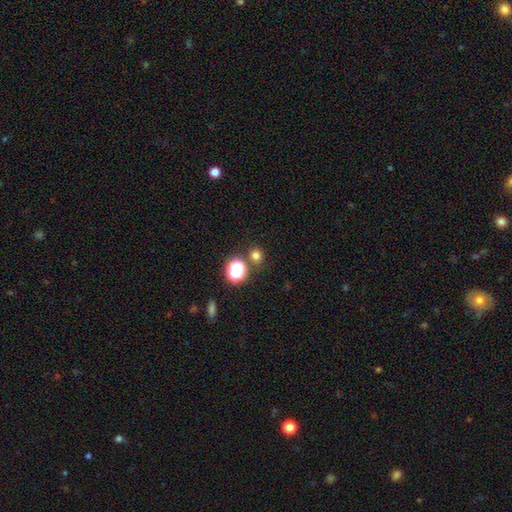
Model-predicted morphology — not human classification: A smooth galaxy with no disk features (72%) that is round (85%).

Vote fractions:
- Smooth or featured? smooth: 72% / star or artifact: 22% / featured or disk: 6%
- How rounded? round: 85% / in between: 14% / cigar-shaped: 1%
- Merging? none: 78% / merger: 10% / minor disturbance: 8% / major disturbance: 3%